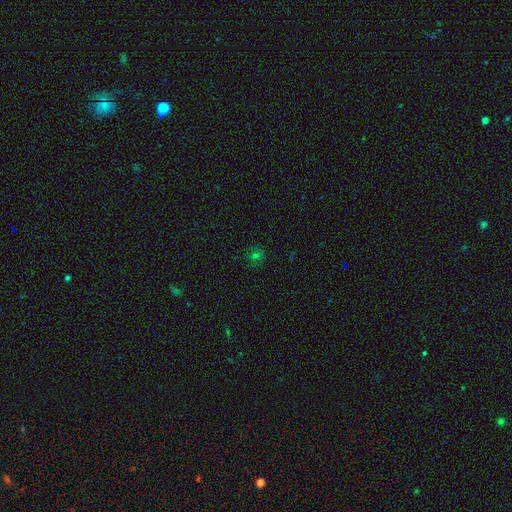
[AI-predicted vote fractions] A smooth galaxy with no disk features (48%). Merging: none (84%).